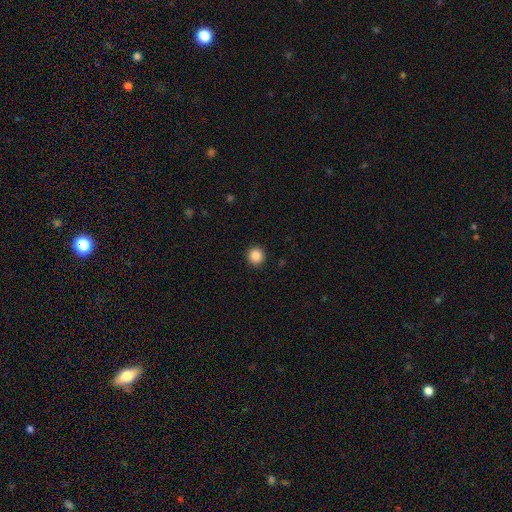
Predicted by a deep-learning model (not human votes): A smooth galaxy with no disk features (87%) that is round (95%). Merging: none (92%).